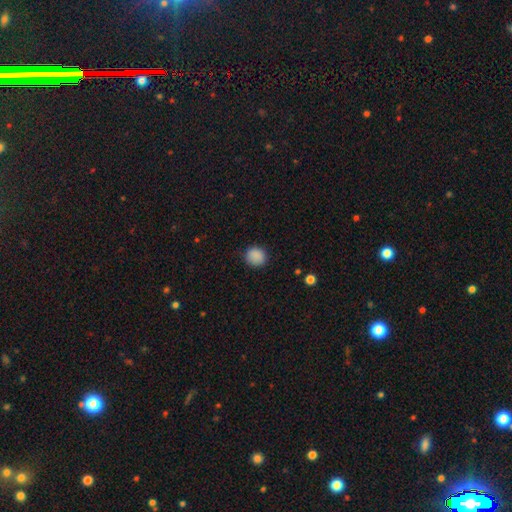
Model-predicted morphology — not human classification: smooth-or-featured: smooth: 89% | star or artifact: 9% | featured or disk: 3%
  how-rounded: round: 80% | in between: 20% | cigar-shaped: 1%
  merging: none: 85% | minor disturbance: 11% | major disturbance: 3% | merger: 1%